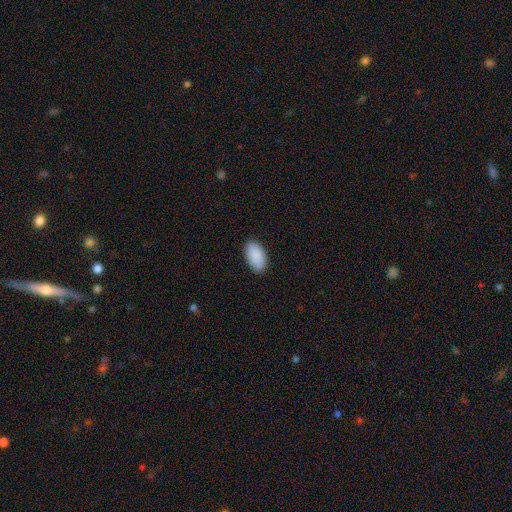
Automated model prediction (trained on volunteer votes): This is clearly a smooth galaxy (91%). How rounded: clearly in between (96%). Merging: clearly none (89%).